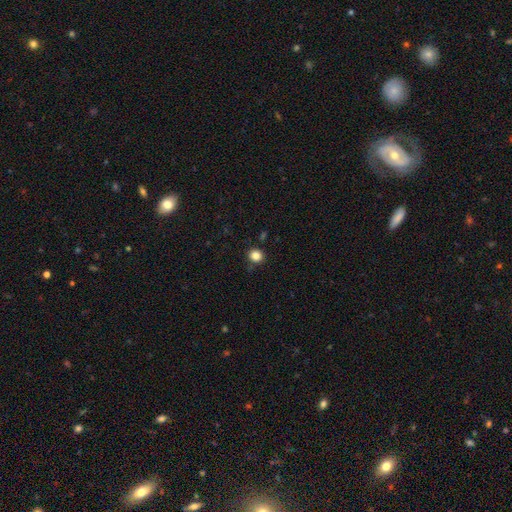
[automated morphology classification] Smooth or featured? Predicted: smooth (p=0.84). How rounded? Predicted: round (p=0.86). Merging? Predicted: none (p=0.87).